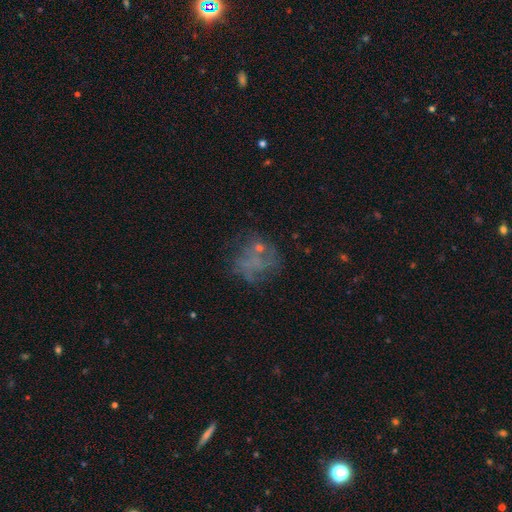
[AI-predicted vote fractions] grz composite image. It shows a featured or disk galaxy (45%). Merging: none (53%).